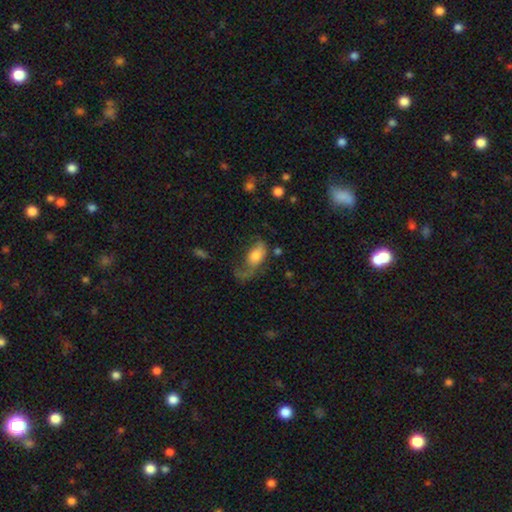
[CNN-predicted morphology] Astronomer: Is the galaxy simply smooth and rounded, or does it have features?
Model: smooth — 63%.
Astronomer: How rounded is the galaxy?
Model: in between — 88%.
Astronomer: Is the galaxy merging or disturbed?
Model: major disturbance — 49%.